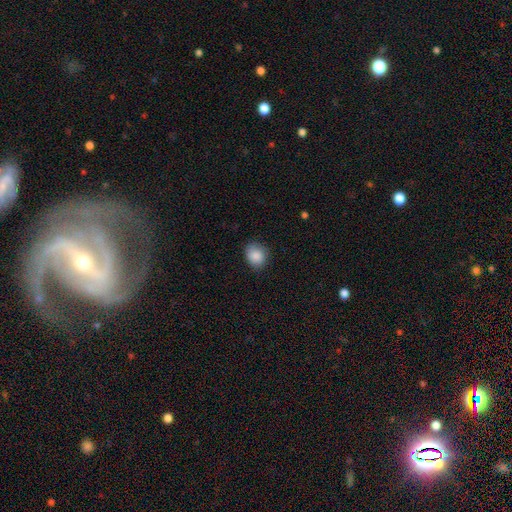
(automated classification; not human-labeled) Smooth or featured? Predicted: smooth (p=0.87). How rounded? Predicted: round (p=0.59). Merging? Predicted: none (p=0.79).